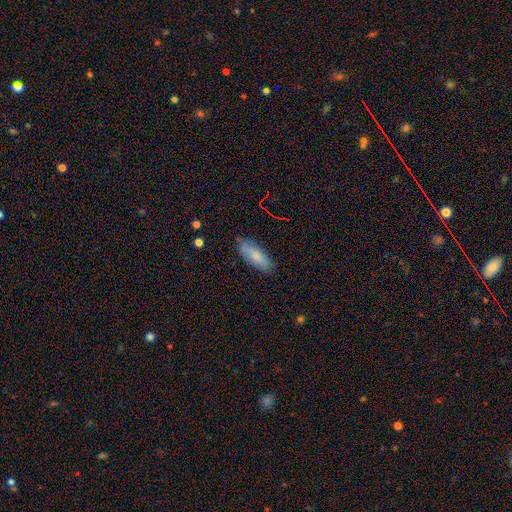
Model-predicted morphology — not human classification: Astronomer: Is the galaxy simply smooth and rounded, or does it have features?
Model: smooth — 78%.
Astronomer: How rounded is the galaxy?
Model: in between — 67%.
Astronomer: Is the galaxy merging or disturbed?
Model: none — 82%.